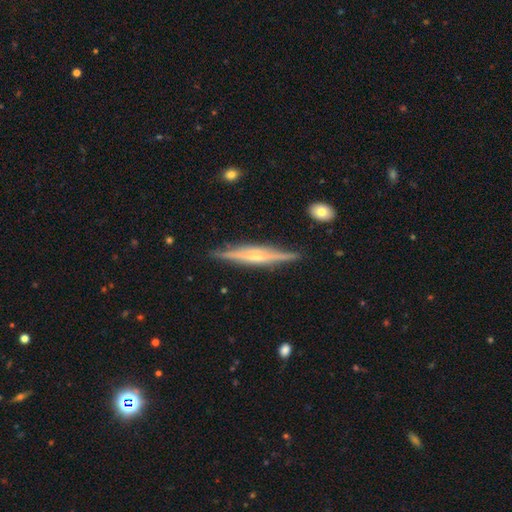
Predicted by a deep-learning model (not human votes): Smooth or featured? featured or disk (76%)
Edge-on disk? yes (97%)
Edge-on bulge? rounded (58%)
Merging? none (88%)